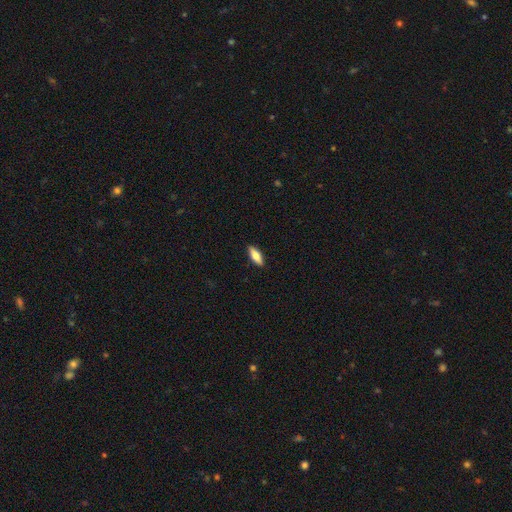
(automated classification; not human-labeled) Q: Smooth or featured?
A: smooth (71%); runner-up: featured or disk (23%)
Q: How rounded?
A: in between (62%); runner-up: cigar-shaped (36%)
Q: Merging?
A: none (90%); runner-up: minor disturbance (8%)